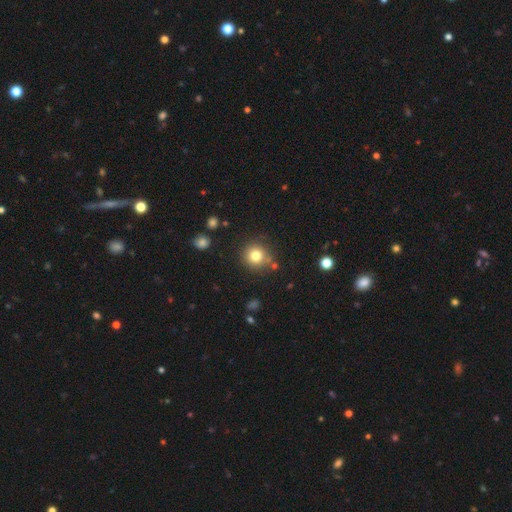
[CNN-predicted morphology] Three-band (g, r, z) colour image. It shows a smooth galaxy with no disk features (80%) that is round (91%). Merging: none (80%).